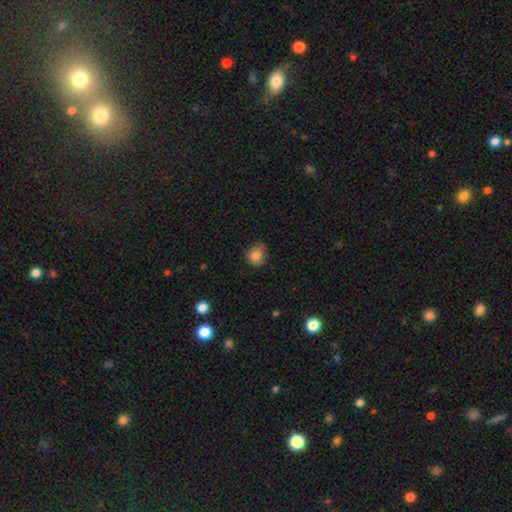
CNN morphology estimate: Q: Smooth or featured?
A: smooth (83%); runner-up: star or artifact (10%)
Q: How rounded?
A: round (75%); runner-up: in between (24%)
Q: Merging?
A: none (61%); runner-up: minor disturbance (30%)